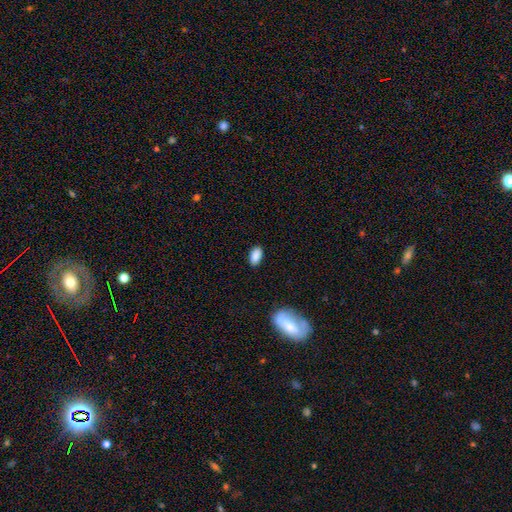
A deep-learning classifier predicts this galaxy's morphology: type=smooth (89%); roundness=in between (93%); merging=none (86%).